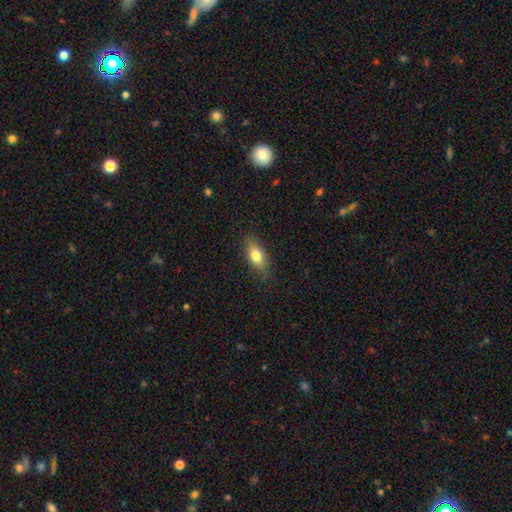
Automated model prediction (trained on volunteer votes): A smooth galaxy with no disk features (77%) that is in between round and cigar-shaped (80%). Merging: none (82%).